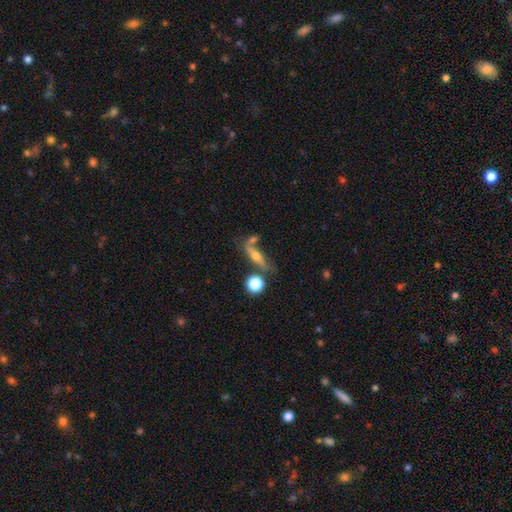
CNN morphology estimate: Smooth or featured? Predicted: featured or disk (p=0.57). Edge-on disk? Predicted: yes (p=0.73). Merging? Predicted: none (p=0.55).